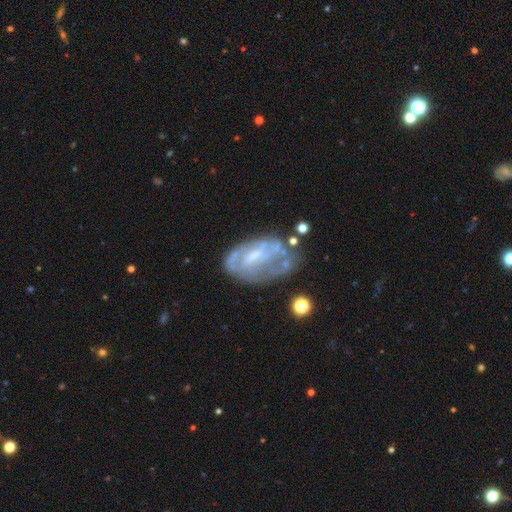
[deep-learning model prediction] smooth-or-featured: featured or disk: 72% | smooth: 19% | star or artifact: 9%
  disk-edge-on: no: 95% | yes: 5%
    bar: weak: 43% | no: 42% | strong: 15%
    has-spiral-arms: yes: 58% | no: 42%
    bulge-size: small: 49% | moderate: 29% | none: 18% | large: 2% | dominant: 1%
  merging: none: 44% | minor disturbance: 27% | major disturbance: 22% | merger: 7%